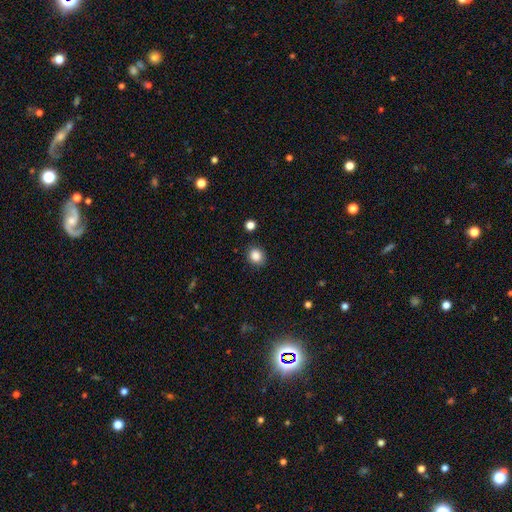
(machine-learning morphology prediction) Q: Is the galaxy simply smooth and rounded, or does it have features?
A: smooth — 86%.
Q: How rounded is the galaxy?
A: round — 70%.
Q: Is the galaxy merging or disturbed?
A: none — 87%.